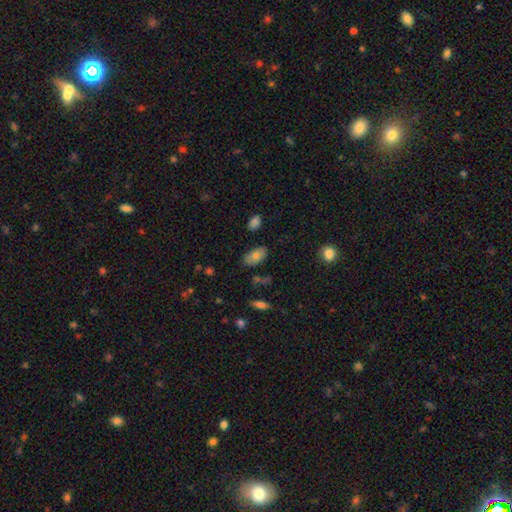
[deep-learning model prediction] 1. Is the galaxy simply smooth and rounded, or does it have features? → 75% smooth, 17% featured or disk, 8% star or artifact.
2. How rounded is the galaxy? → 94% in between, 4% round, 2% cigar-shaped.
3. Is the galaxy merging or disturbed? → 78% none, 16% minor disturbance, 3% major disturbance, 3% merger.